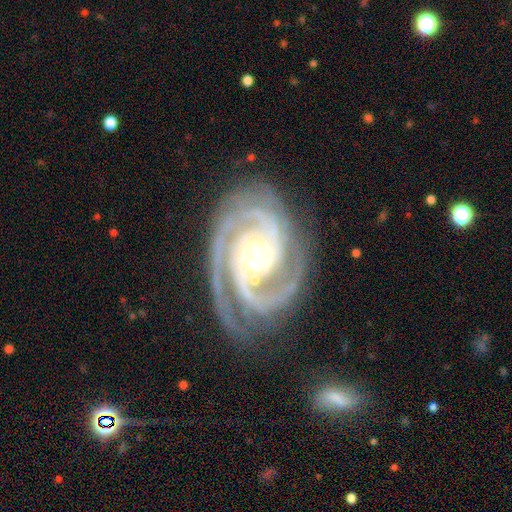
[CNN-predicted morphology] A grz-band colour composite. It shows a featured or disk galaxy (94%) with no bar (53%), 3 (41%) tight (71%) spiral arms (99%) and a moderate central bulge (50%). Merging: none (75%).